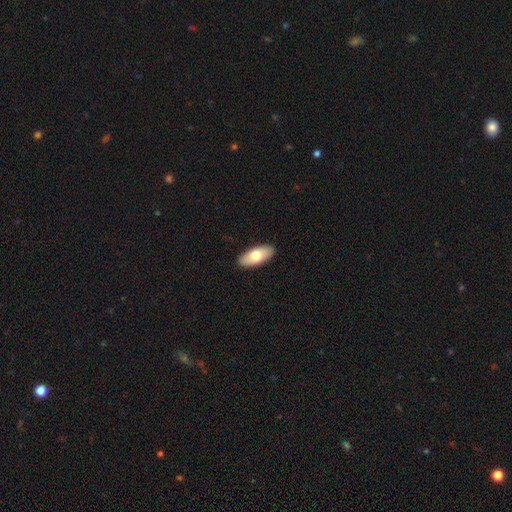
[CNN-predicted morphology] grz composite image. It shows a smooth galaxy with no disk features (73%) that is in between round and cigar-shaped (88%). Merging: none (90%).